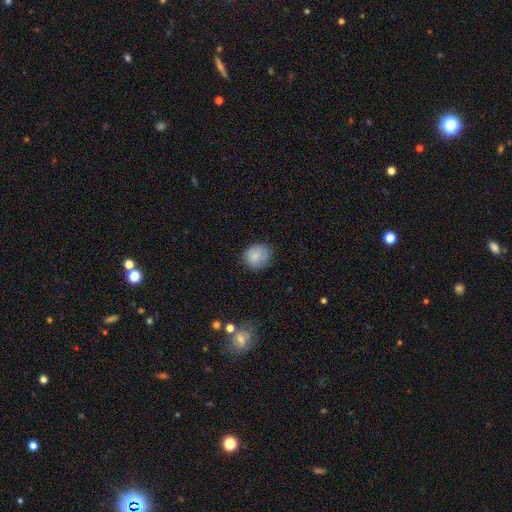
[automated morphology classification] Smooth or featured: smooth — 82% (featured or disk — 9%)
How rounded: round — 79% (in between — 21%)
Merging: none — 75% (minor disturbance — 19%)